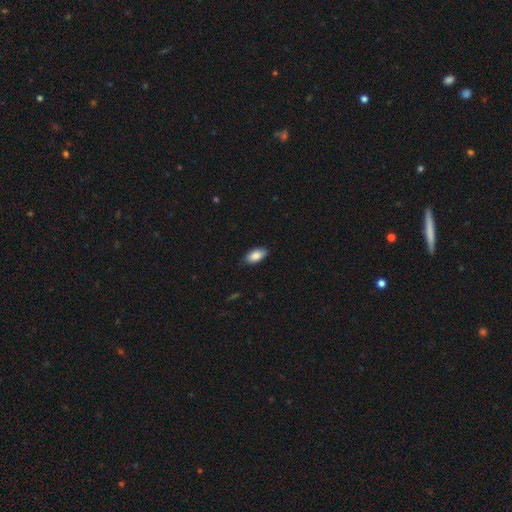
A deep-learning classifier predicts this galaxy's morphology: This appears to be a smooth galaxy with no disk features (87%) that is in between round and cigar-shaped (94%). Merging: none (86%).